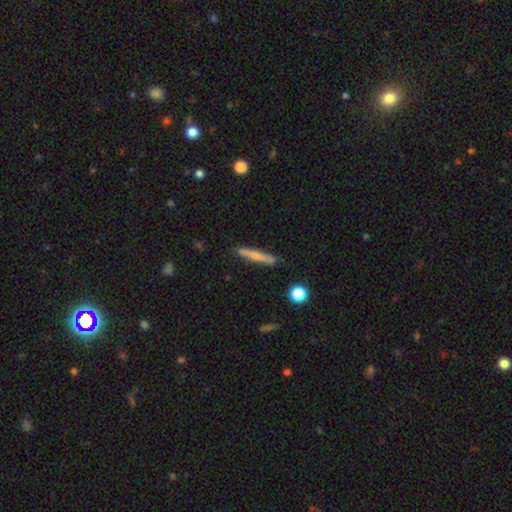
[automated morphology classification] The model was most divided on "smooth or featured": smooth: 60%, featured or disk: 33%, star or artifact: 7%. More confident: how rounded — cigar-shaped (94%); merging — none (86%).